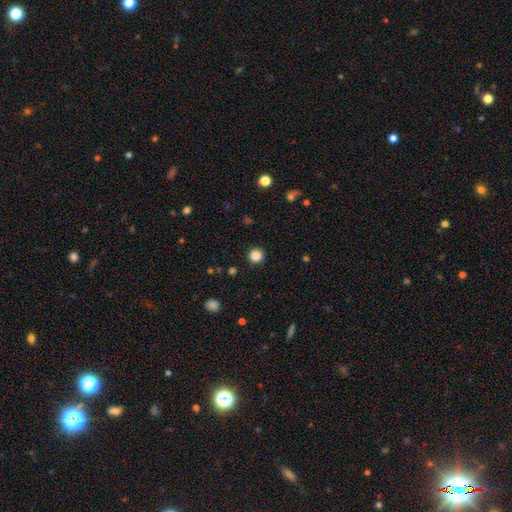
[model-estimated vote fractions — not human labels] Smooth or featured? Predicted: smooth (p=0.86). How rounded? Predicted: round (p=0.95). Merging? Predicted: none (p=0.92).